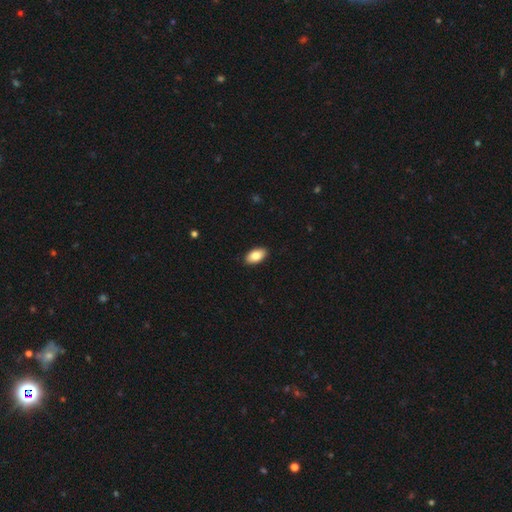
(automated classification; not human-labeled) Q: Smooth or featured?
A: smooth (85%); runner-up: featured or disk (8%)
Q: How rounded?
A: in between (94%); runner-up: round (4%)
Q: Merging?
A: none (90%); runner-up: minor disturbance (7%)